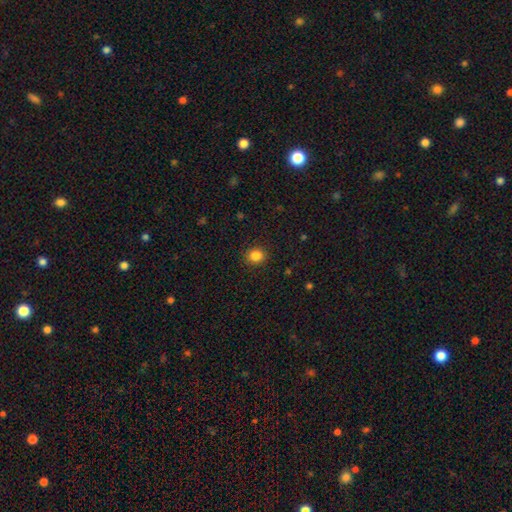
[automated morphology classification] Smooth or featured? smooth (85%)
How rounded? round (75%)
Merging? none (90%)